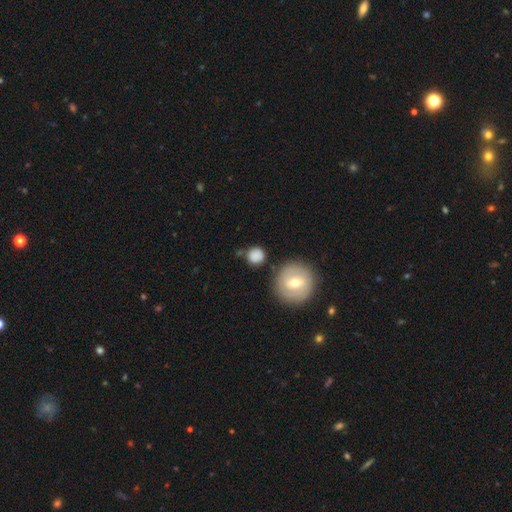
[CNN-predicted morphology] A smooth galaxy with no disk features (81%) that is round (91%). Merging: none (74%).